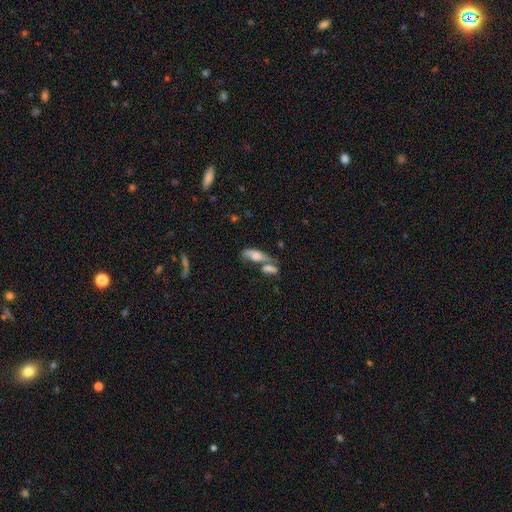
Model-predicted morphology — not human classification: Smooth or featured: smooth — 58% (featured or disk — 32%)
How rounded: in between — 69% (cigar-shaped — 27%)
Merging: merger — 48% (none — 29%)